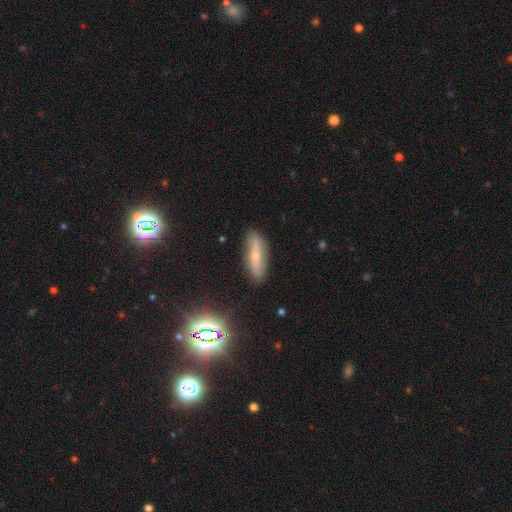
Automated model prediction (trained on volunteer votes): This appears to be a featured or disk galaxy (47%). Merging: none (83%).